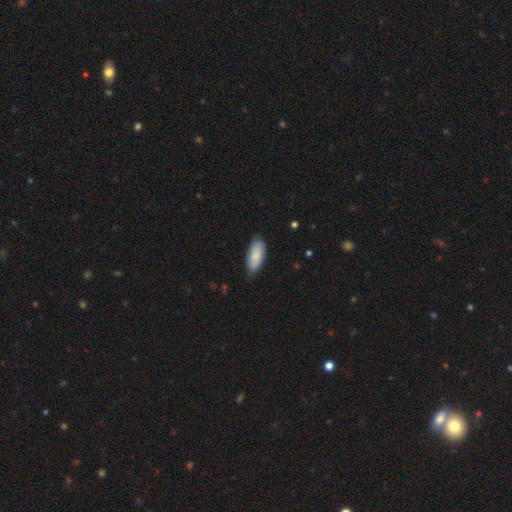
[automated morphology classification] type=smooth (85%); roundness=in between (86%); merging=none (80%).